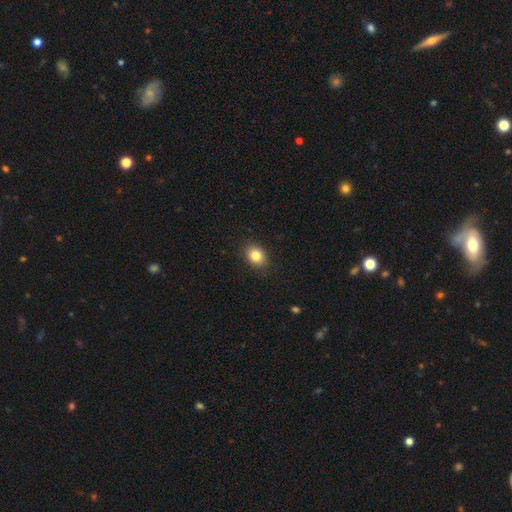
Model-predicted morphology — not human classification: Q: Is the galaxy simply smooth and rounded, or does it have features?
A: smooth — 82%.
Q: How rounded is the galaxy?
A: in between — 54%.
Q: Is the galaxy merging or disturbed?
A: none — 89%.